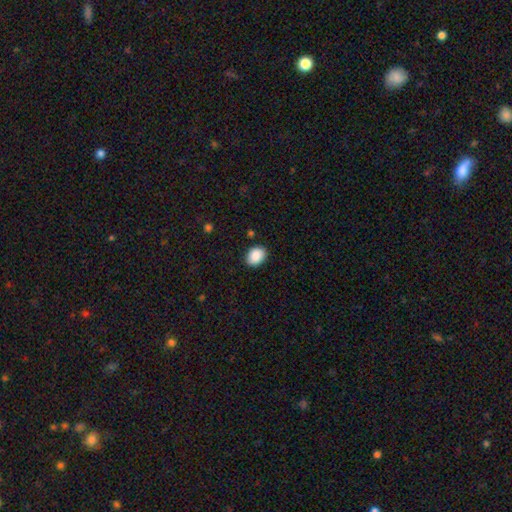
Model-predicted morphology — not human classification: smooth 89%, star or artifact 7%, featured or disk 3%. Down the decision tree: how rounded — in between (63%); merging — none (87%).